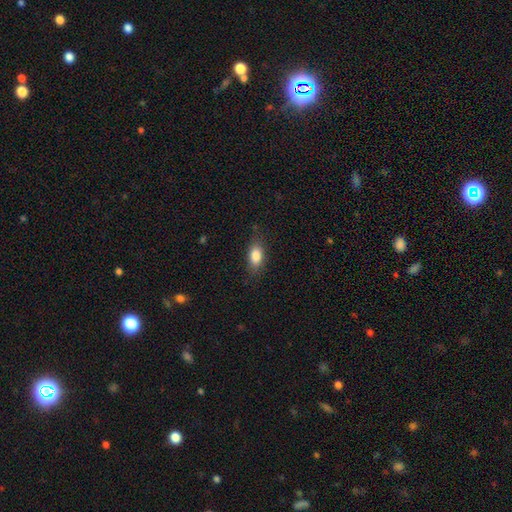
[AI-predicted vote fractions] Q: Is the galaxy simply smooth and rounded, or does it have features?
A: smooth — 84%.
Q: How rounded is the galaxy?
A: in between — 86%.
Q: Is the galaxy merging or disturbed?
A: none — 79%.